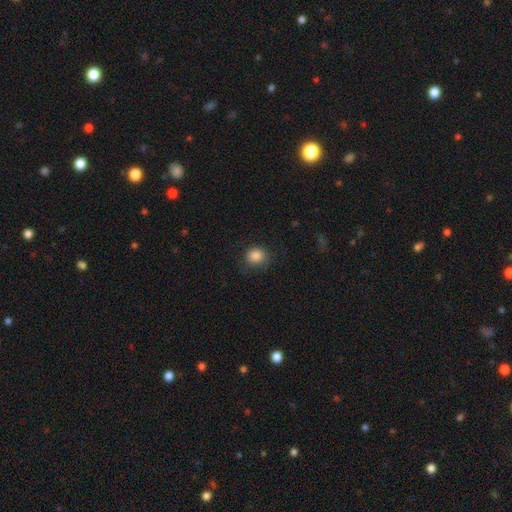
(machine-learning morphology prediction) smooth 86%, star or artifact 10%, featured or disk 4%. Down the decision tree: how rounded — round (75%); merging — none (81%).